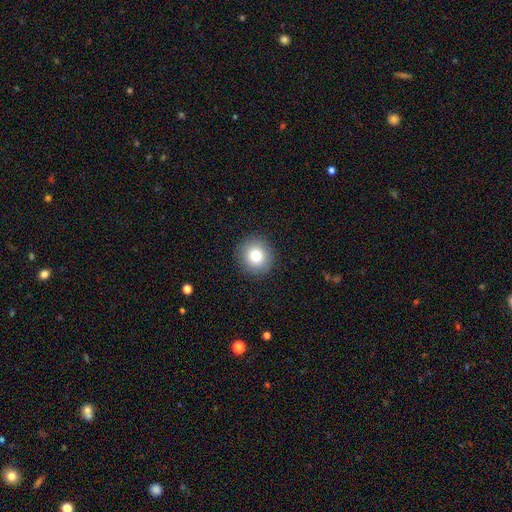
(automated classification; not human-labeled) smooth 79%, star or artifact 11%, featured or disk 10%. Down the decision tree: how rounded — round (91%); merging — none (91%).